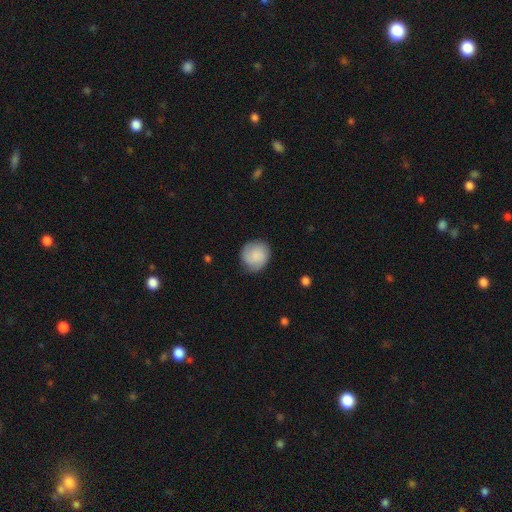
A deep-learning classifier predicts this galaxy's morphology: Smooth or featured?
  - smooth: 75% *
  - featured or disk: 18%
  - star or artifact: 7%
How rounded?
  - round: 85% *
  - in between: 14%
  - cigar-shaped: 1%
Merging?
  - none: 81% *
  - minor disturbance: 15%
  - major disturbance: 4%
  - merger: 1%